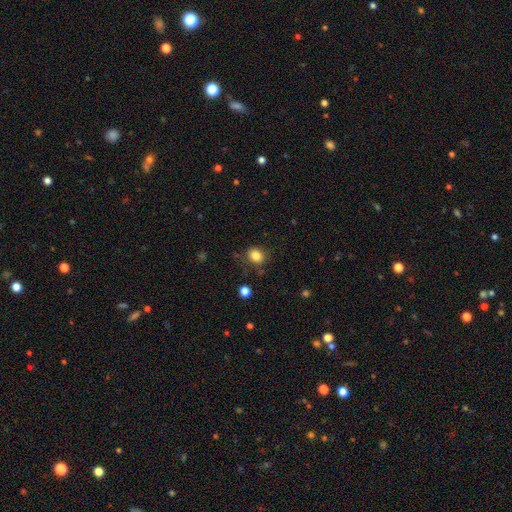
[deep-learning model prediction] smooth 84%, star or artifact 11%, featured or disk 5%. Down the decision tree: how rounded — round (59%); merging — none (79%).